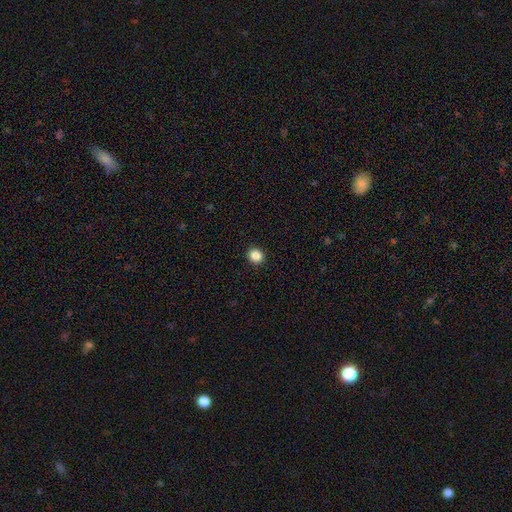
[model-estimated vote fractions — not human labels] The model was most divided on "smooth or featured": smooth: 86%, star or artifact: 11%, featured or disk: 3%. More confident: merging — none (93%); how rounded — round (88%).